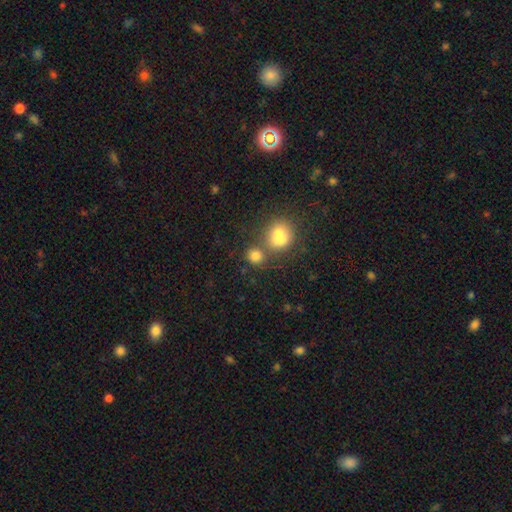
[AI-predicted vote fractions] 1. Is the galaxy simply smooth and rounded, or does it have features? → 78% smooth, 13% star or artifact, 9% featured or disk.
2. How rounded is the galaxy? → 82% round, 17% in between, 1% cigar-shaped.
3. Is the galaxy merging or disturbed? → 55% none, 32% merger, 9% minor disturbance, 4% major disturbance.